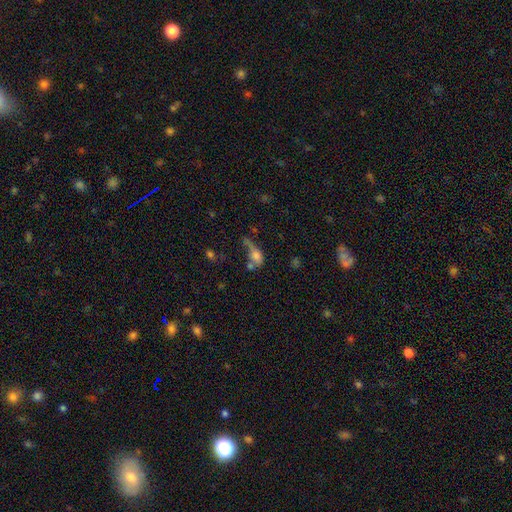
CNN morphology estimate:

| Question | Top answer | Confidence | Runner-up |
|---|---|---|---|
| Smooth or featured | smooth | 63% | featured or disk (24%) |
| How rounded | in between | 68% | round (20%) |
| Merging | major disturbance | 32% | merger (31%) |